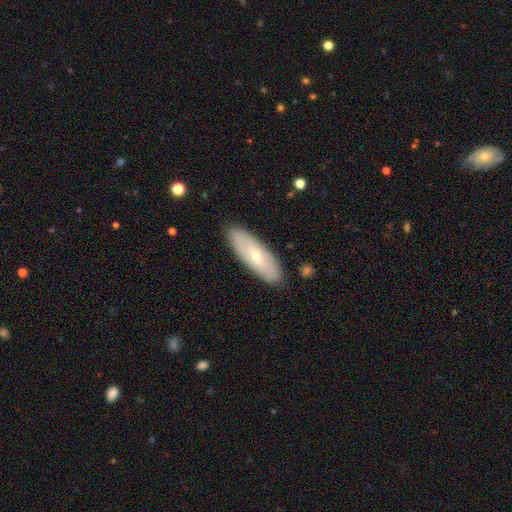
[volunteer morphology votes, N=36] Q: Smooth or featured?
A: smooth (50%); runner-up: featured or disk (47%)
Q: How rounded?
A: cigar-shaped (50%); runner-up: in between (39%)
Q: Merging?
A: none (89%); runner-up: minor disturbance (6%)